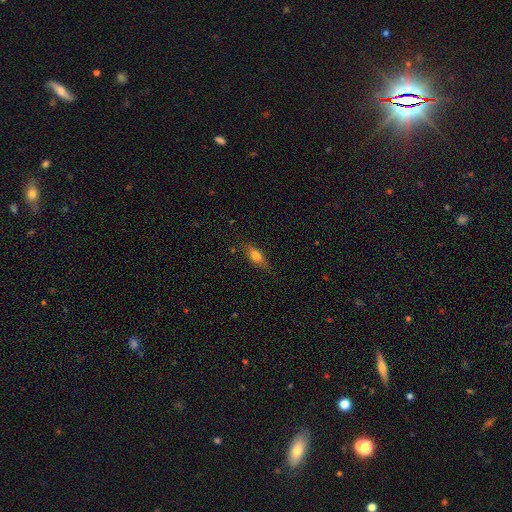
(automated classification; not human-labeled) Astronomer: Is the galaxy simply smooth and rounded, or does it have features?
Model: smooth — 70%.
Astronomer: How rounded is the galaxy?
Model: in between — 73%.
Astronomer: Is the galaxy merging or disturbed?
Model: none — 80%.